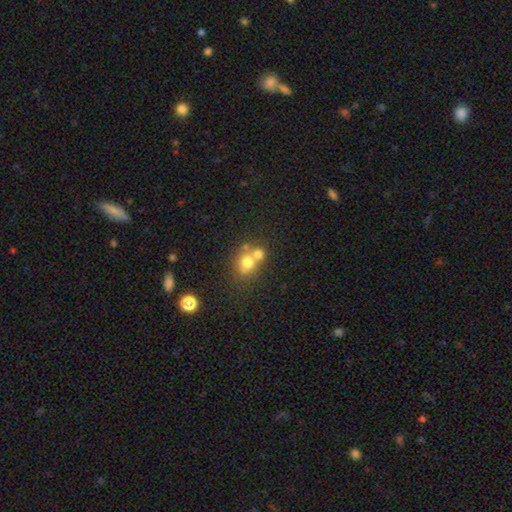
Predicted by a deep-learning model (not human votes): smooth_or_featured: smooth (p=0.65) [alt: featured or disk p=0.18]
how_rounded: round (p=0.73) [alt: in between p=0.26]
merging: merger (p=0.50) [alt: none p=0.39]